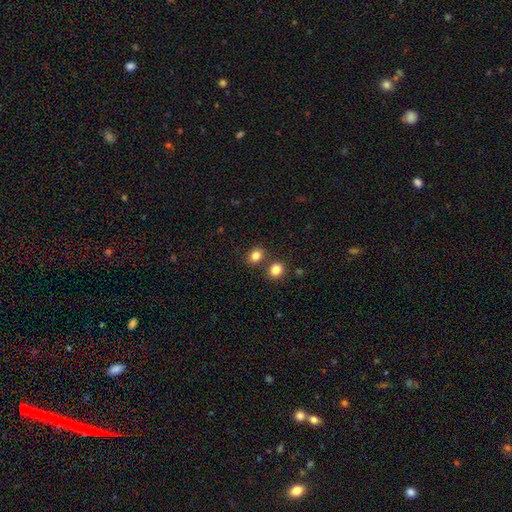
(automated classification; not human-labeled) smooth_or_featured: smooth (p=0.83) [alt: star or artifact p=0.11]
how_rounded: in between (p=0.50) [alt: round p=0.49]
merging: none (p=0.69) [alt: merger p=0.18]